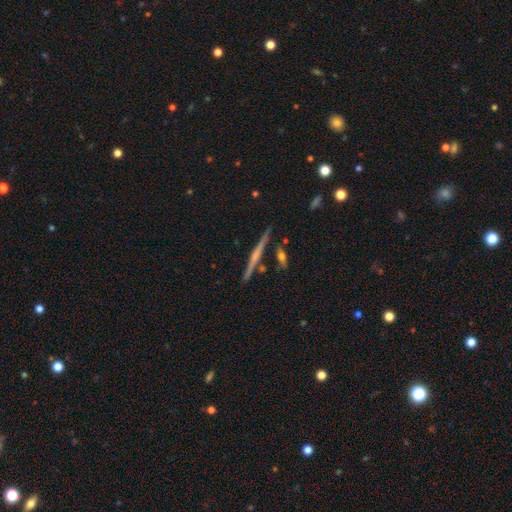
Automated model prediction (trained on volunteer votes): featured or disk 67%, smooth 26%, star or artifact 6%. Down the decision tree: edge-on disk — yes (98%); edge-on bulge — none (47%); merging — none (85%).